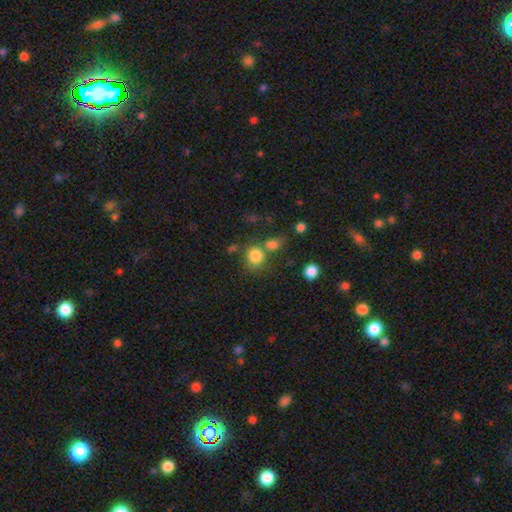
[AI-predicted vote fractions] smooth 82%, star or artifact 11%, featured or disk 7%. Down the decision tree: how rounded — round (80%); merging — none (54%).